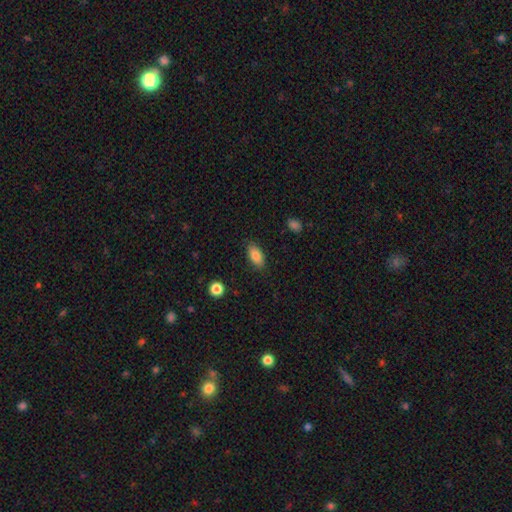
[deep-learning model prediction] This is clearly a smooth galaxy (84%). How rounded: clearly in between (90%). Merging: clearly none (85%).